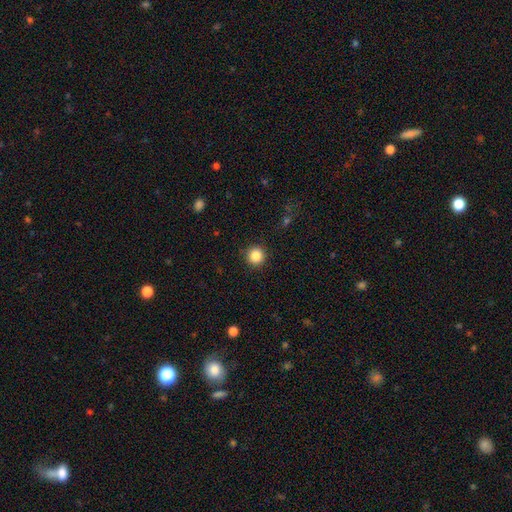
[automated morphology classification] smooth-or-featured: smooth: 86% | star or artifact: 10% | featured or disk: 4%
  how-rounded: round: 95% | in between: 4% | cigar-shaped: 1%
  merging: none: 91% | minor disturbance: 5% | major disturbance: 2% | merger: 1%